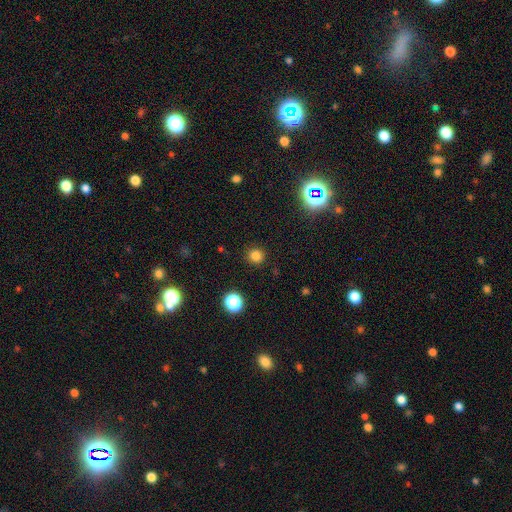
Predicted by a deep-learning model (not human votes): Morphology: type=smooth (81%); roundness=round (93%); merging=none (91%).